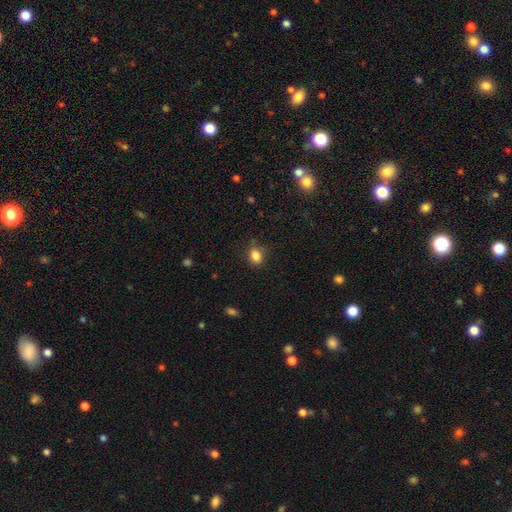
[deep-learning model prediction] Smooth or featured? smooth (84%)
How rounded? round (51%)
Merging? none (79%)